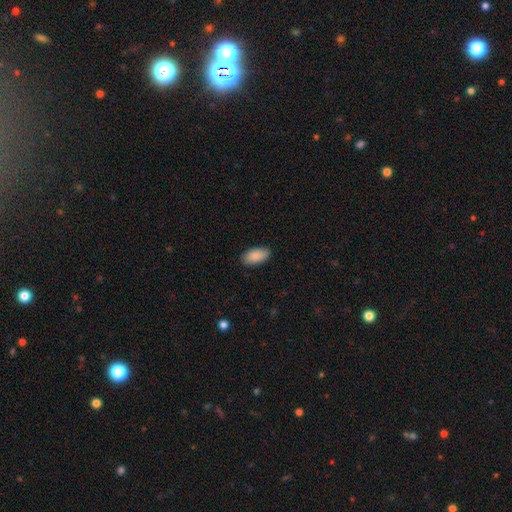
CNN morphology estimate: A smooth galaxy with no disk features (89%) that is in between round and cigar-shaped (93%).

Vote fractions:
- Smooth or featured? smooth: 89% / star or artifact: 6% / featured or disk: 5%
- How rounded? in between: 93% / cigar-shaped: 5% / round: 2%
- Merging? none: 87% / minor disturbance: 10% / major disturbance: 2% / merger: 1%